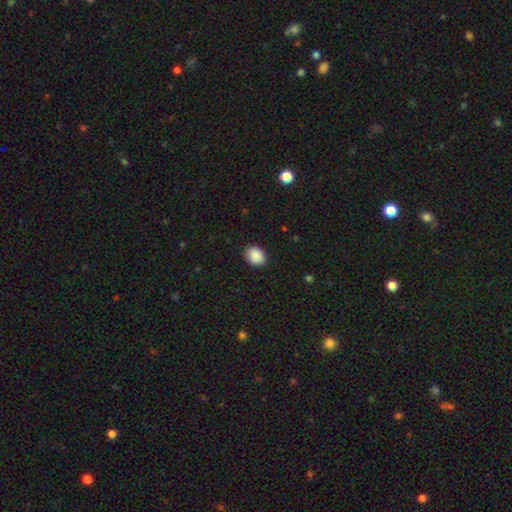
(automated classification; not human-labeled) smooth_or_featured: smooth (p=0.89) [alt: star or artifact p=0.08]
how_rounded: in between (p=0.58) [alt: round p=0.42]
merging: none (p=0.88) [alt: minor disturbance p=0.09]